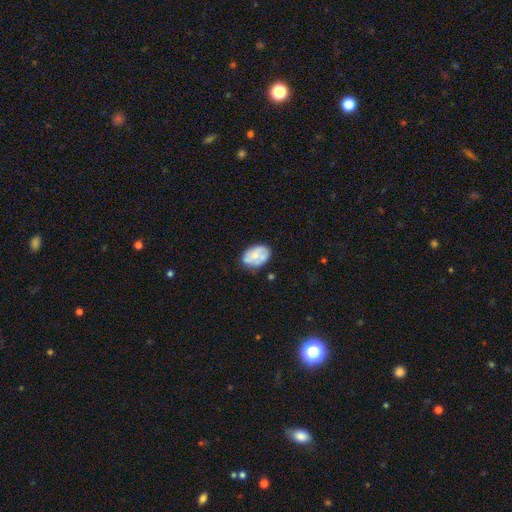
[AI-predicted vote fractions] A smooth galaxy with no disk features (53%) that is in between round and cigar-shaped (82%). Merging: none (64%).